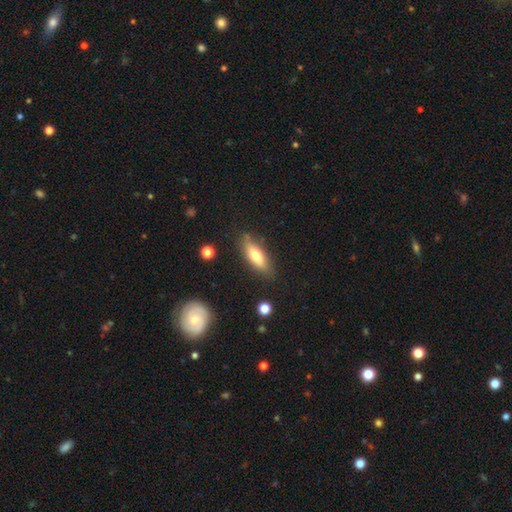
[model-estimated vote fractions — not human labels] smooth 63%, featured or disk 30%, star or artifact 7%. Down the decision tree: how rounded — in between (53%); merging — none (79%).